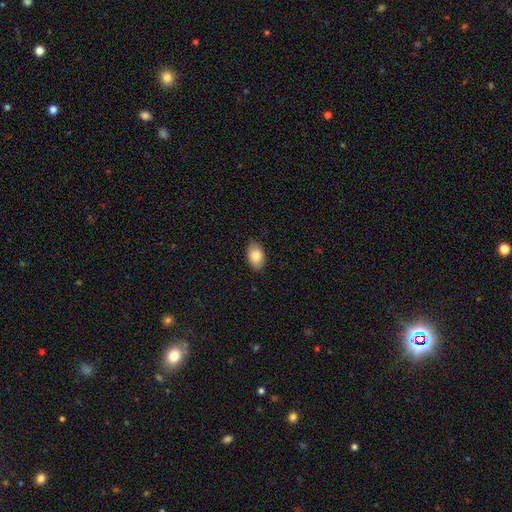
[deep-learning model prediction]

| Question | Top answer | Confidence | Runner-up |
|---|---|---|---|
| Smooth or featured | smooth | 84% | featured or disk (9%) |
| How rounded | in between | 90% | round (9%) |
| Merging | none | 86% | minor disturbance (11%) |